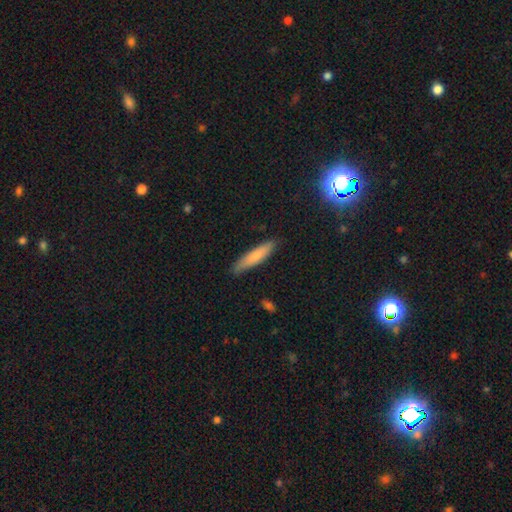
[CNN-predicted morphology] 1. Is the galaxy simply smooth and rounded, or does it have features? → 76% smooth, 18% featured or disk, 6% star or artifact.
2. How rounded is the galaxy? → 84% cigar-shaped, 15% in between, 1% round.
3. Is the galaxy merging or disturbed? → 84% none, 13% minor disturbance, 2% major disturbance, 1% merger.